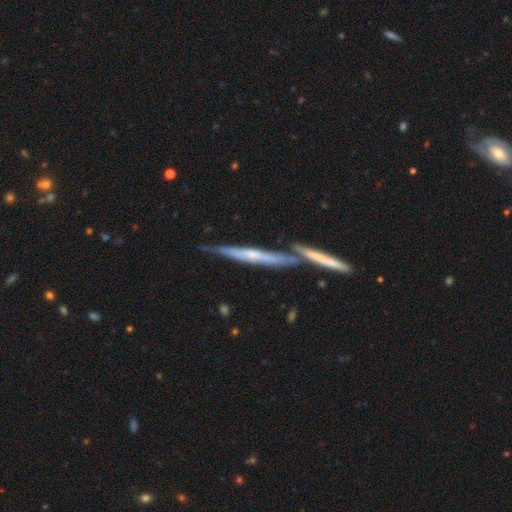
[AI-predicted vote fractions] Smooth or featured? Predicted: featured or disk (p=0.73). Edge-on disk? Predicted: yes (p=0.91). Edge-on bulge? Predicted: none (p=0.52). Merging? Predicted: none (p=0.58).